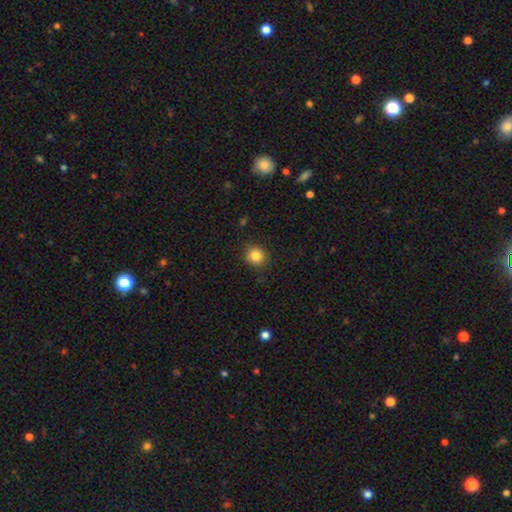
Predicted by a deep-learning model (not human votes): A smooth galaxy with no disk features (84%) that is round (86%). Merging: none (89%).